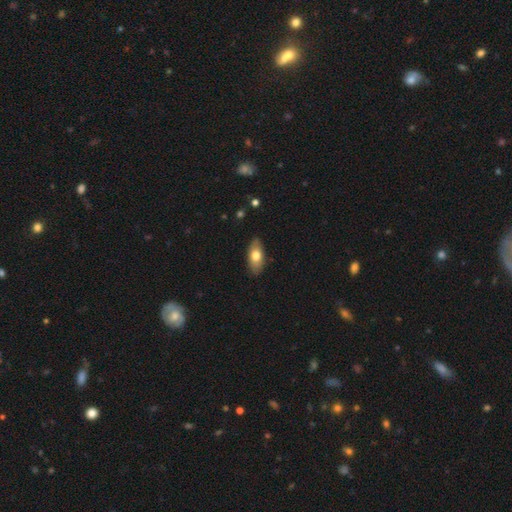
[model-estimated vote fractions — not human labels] Smooth or featured? smooth (70%)
How rounded? in between (86%)
Merging? none (85%)